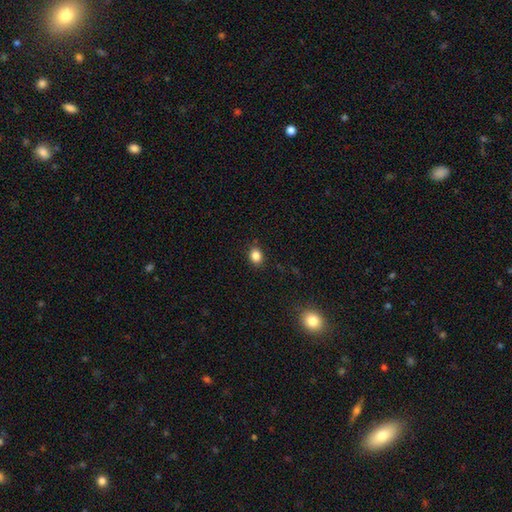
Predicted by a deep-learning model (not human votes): Overall: smooth (84%). How rounded: round (52%; in between 47%). Merging: none (87%).